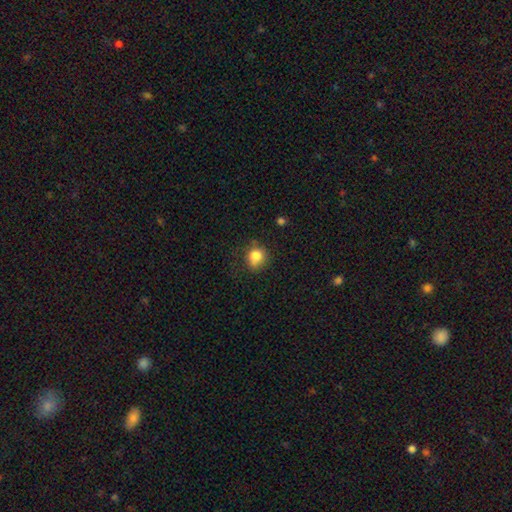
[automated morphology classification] A smooth galaxy with no disk features (82%) that is round (78%).

Vote fractions:
- Smooth or featured? smooth: 82% / star or artifact: 11% / featured or disk: 7%
- How rounded? round: 78% / in between: 21% / cigar-shaped: 1%
- Merging? none: 66% / minor disturbance: 23% / major disturbance: 7% / merger: 4%